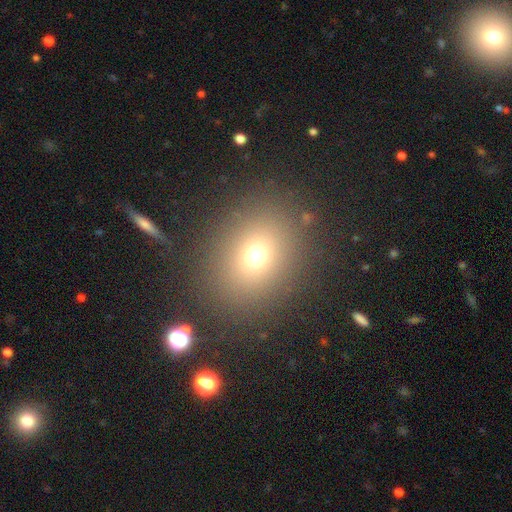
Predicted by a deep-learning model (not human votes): The model was most divided on "how rounded": round: 59%, in between: 39%, cigar-shaped: 1%. More confident: merging — none (86%); smooth or featured — smooth (68%).